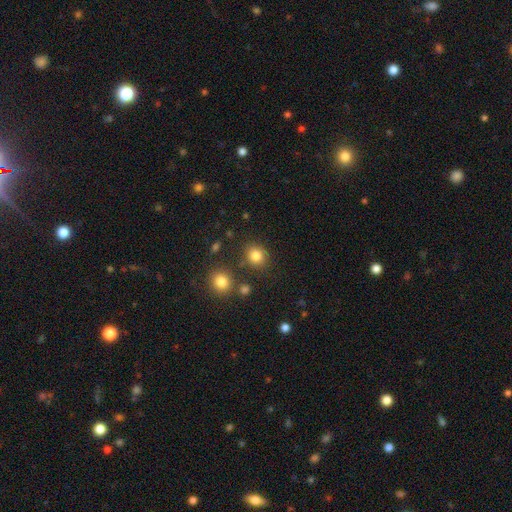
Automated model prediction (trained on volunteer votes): smooth 82%, star or artifact 12%, featured or disk 6%. Down the decision tree: how rounded — round (81%); merging — none (82%).